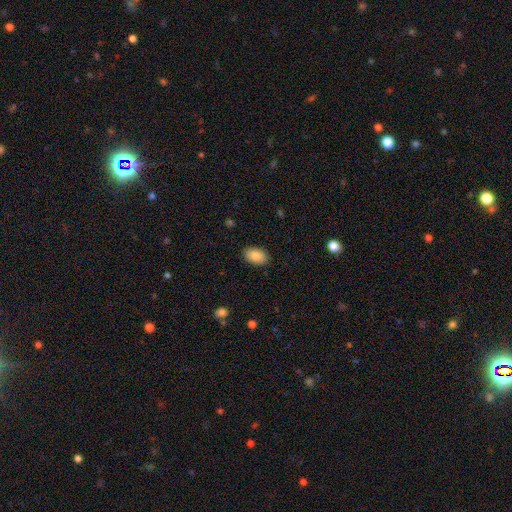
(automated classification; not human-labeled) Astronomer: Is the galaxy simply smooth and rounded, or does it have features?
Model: smooth — 86%.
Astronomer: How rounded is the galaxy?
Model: in between — 93%.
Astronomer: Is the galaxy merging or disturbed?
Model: none — 87%.